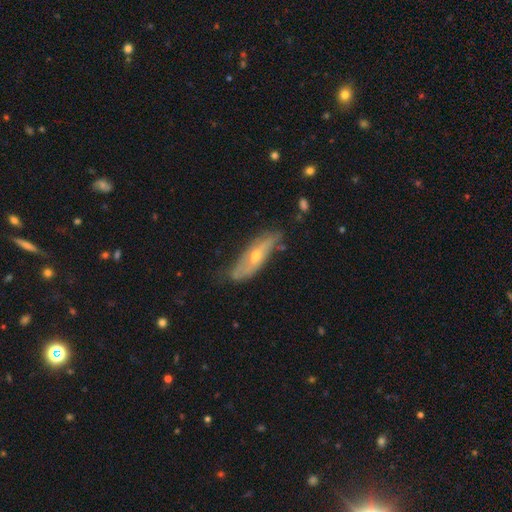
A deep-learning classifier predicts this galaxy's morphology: Smooth or featured? Predicted: featured or disk (p=0.63). Edge-on disk? Predicted: no (p=0.55). Merging? Predicted: none (p=0.61).